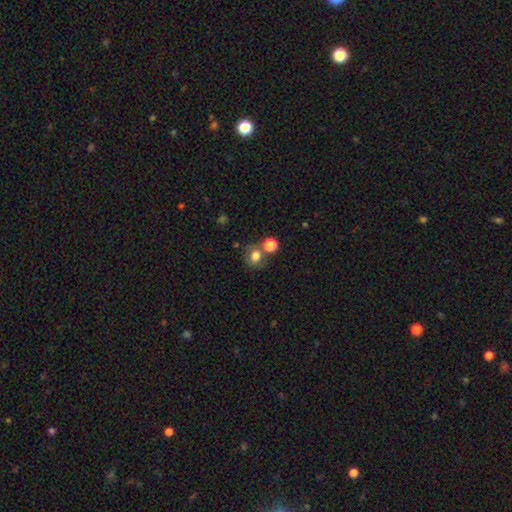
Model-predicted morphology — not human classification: Smooth or featured: smooth — 77% (star or artifact — 13%)
How rounded: round — 69% (in between — 30%)
Merging: none — 58% (merger — 24%)